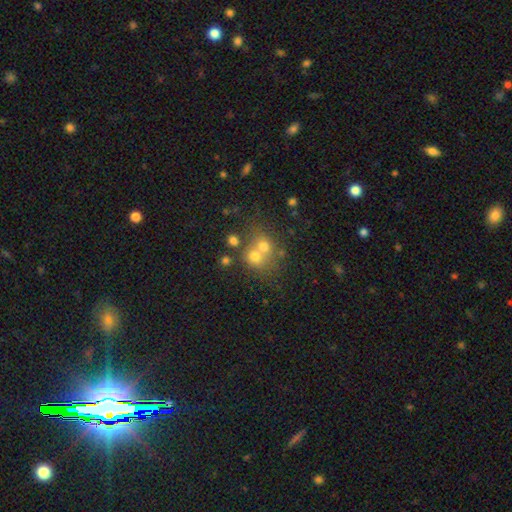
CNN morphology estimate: This appears to be a smooth galaxy with no disk features (62%) that is round (75%). Merging: merger (55%).